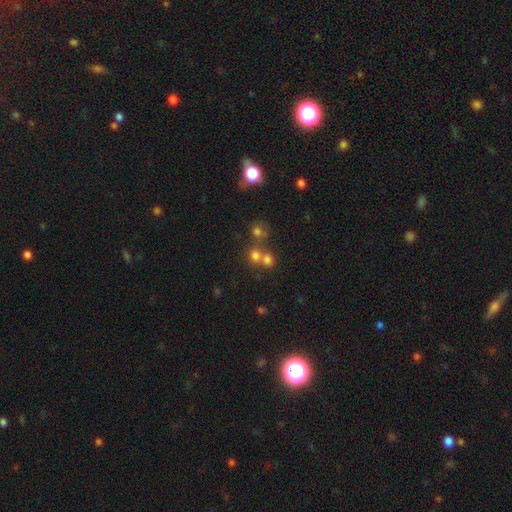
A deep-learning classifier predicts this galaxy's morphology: Smooth or featured? smooth (68%)
How rounded? round (82%)
Merging? none (49%)